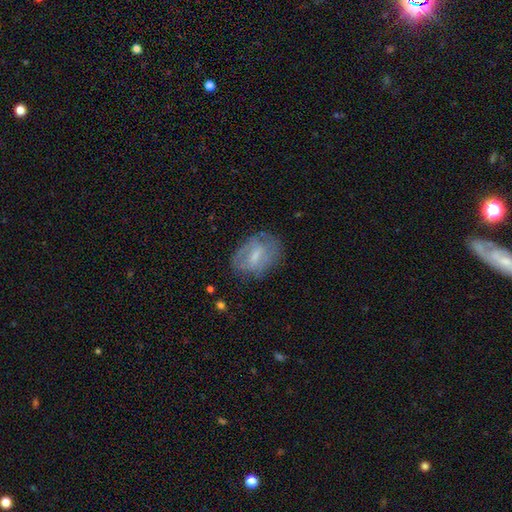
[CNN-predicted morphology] A featured or disk galaxy (52%). Merging: none (65%).